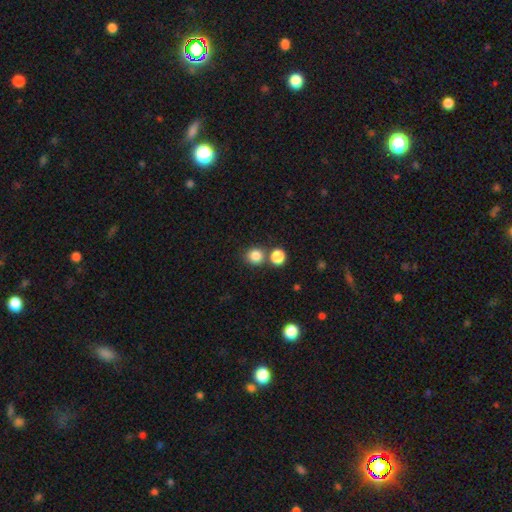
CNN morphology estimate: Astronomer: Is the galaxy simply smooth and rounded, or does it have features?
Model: smooth — 83%.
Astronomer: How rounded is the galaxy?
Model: round — 87%.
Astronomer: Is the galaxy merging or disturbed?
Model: none — 69%.